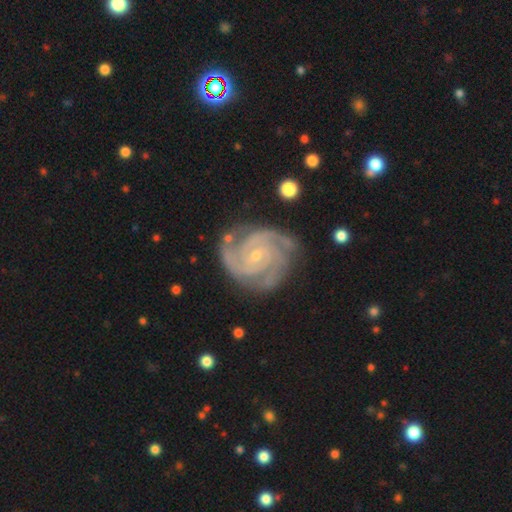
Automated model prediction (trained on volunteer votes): Q: Smooth or featured?
A: featured or disk (93%); runner-up: star or artifact (4%)
Q: Edge-on disk?
A: no (98%); runner-up: yes (2%)
Q: Bar?
A: no (63%); runner-up: weak (27%)
Q: Spiral arms?
A: yes (99%); runner-up: no (1%)
Q: Spiral winding?
A: tight (69%); runner-up: medium (29%)
Q: Spiral arm count?
A: 3 (48%); runner-up: 2 (22%)
Q: Bulge size?
A: small (78%); runner-up: moderate (18%)
Q: Merging?
A: none (75%); runner-up: minor disturbance (18%)